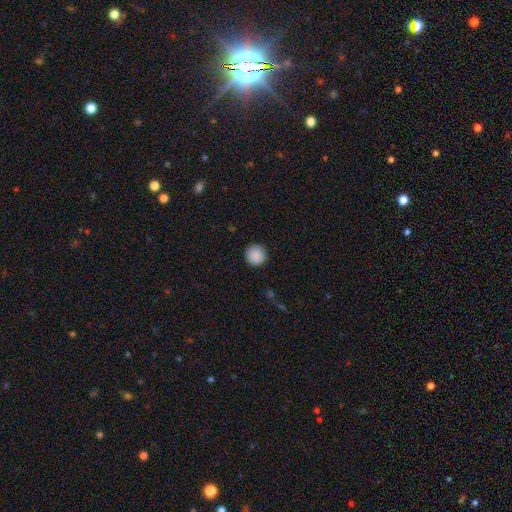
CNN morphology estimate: smooth 89%, star or artifact 8%, featured or disk 3%. Down the decision tree: how rounded — round (96%); merging — none (91%).